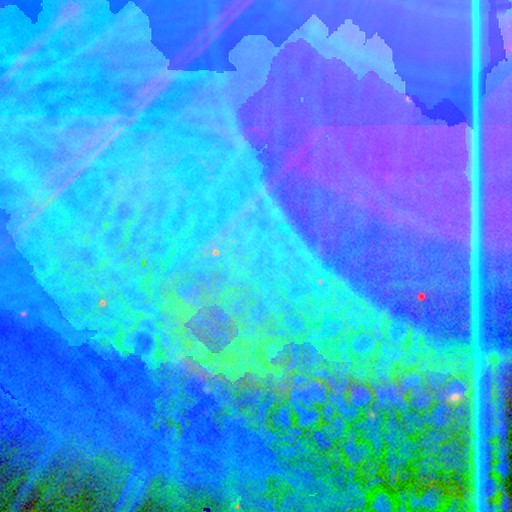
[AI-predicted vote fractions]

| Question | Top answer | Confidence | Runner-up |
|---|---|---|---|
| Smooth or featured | star or artifact | 83% | featured or disk (10%) |